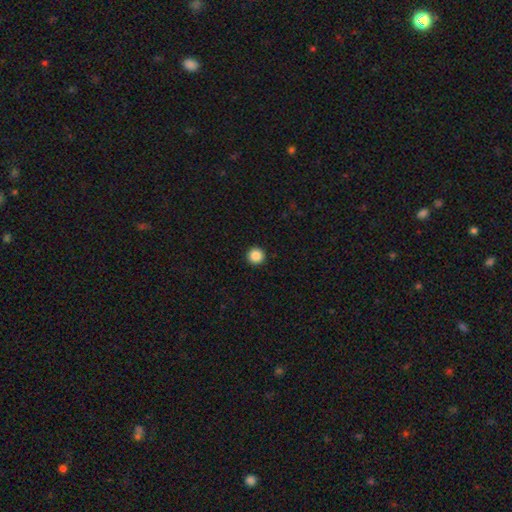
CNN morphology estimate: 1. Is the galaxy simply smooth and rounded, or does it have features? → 87% smooth, 10% star or artifact, 3% featured or disk.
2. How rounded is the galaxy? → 97% round, 2% in between, 1% cigar-shaped.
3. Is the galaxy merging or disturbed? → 94% none, 4% minor disturbance, 1% major disturbance, 1% merger.